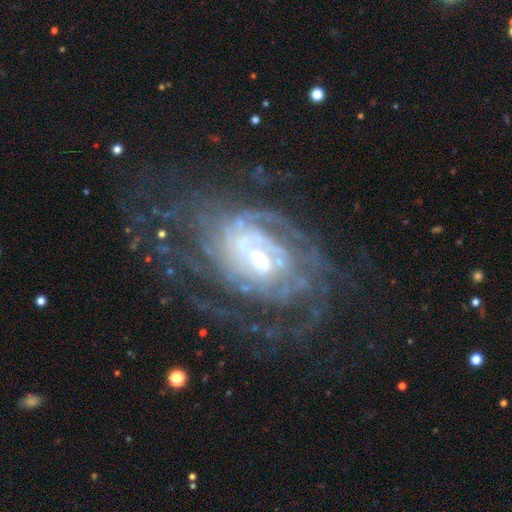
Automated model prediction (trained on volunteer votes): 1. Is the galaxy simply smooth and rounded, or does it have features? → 87% featured or disk, 7% star or artifact, 6% smooth.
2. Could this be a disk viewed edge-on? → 97% no, 3% yes.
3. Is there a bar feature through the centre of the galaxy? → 46% weak, 35% no, 19% strong.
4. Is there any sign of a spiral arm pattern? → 95% yes, 5% no.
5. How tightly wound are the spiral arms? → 64% tight, 27% medium, 9% loose.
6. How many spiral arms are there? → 39% can't tell, 16% 2, 13% 4, 12% 3, 12% more than 4, 8% 1.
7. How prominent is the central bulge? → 45% moderate, 35% small, 13% large, 5% none, 2% dominant.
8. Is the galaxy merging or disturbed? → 61% none, 18% major disturbance, 18% minor disturbance, 2% merger.